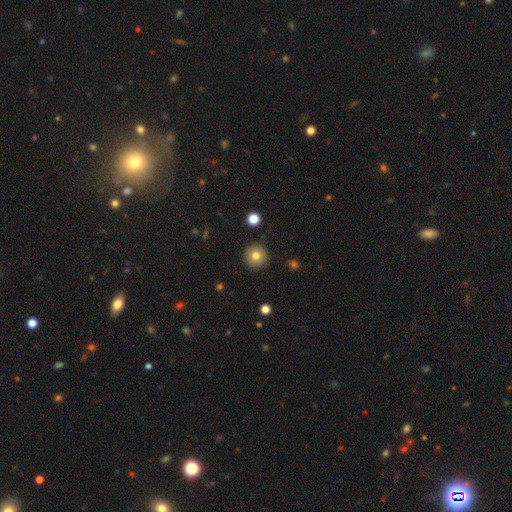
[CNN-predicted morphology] Overall: smooth (79%). How rounded: round (95%). Merging: none (91%).